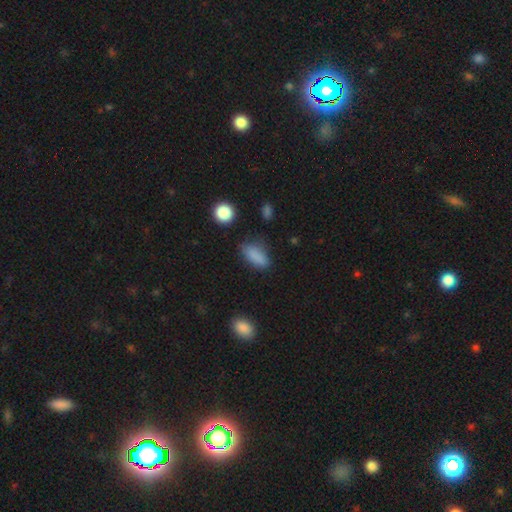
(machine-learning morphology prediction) smooth 83%, star or artifact 10%, featured or disk 6%. Down the decision tree: how rounded — in between (79%); merging — none (67%).